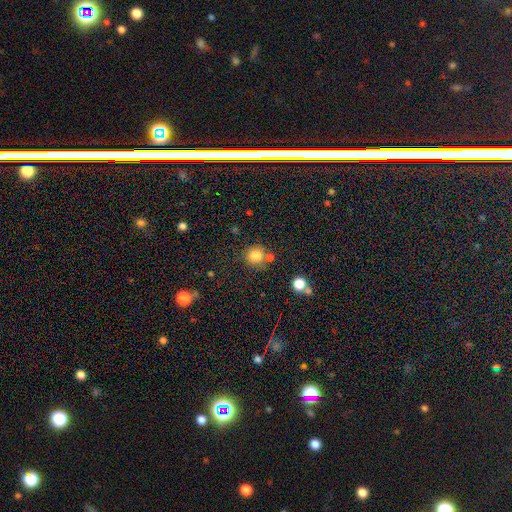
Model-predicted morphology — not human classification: smooth 82%, star or artifact 12%, featured or disk 6%. Down the decision tree: how rounded — round (90%); merging — none (71%).